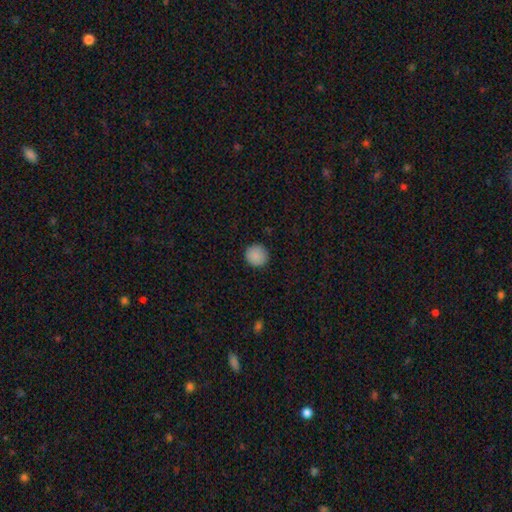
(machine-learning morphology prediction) type=smooth (89%); roundness=round (93%); merging=none (91%).